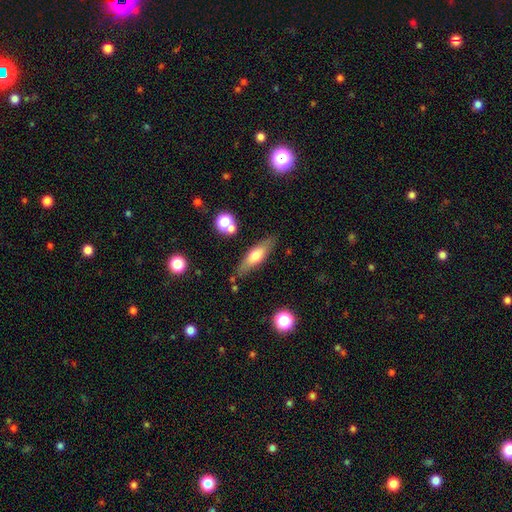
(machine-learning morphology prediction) Overall: smooth (54%; featured or disk 39%). How rounded: cigar-shaped (55%; in between 42%). Merging: none (79%).